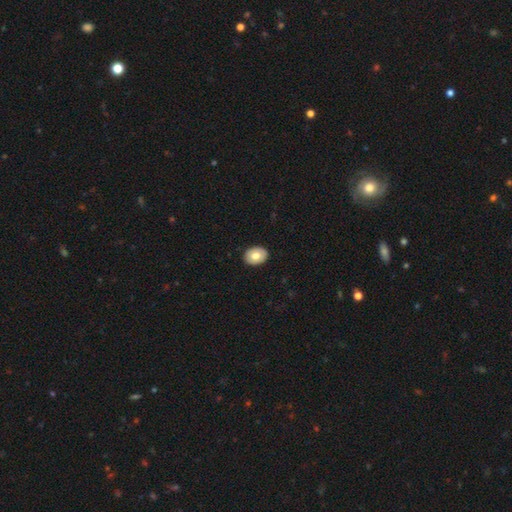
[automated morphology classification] Smooth or featured? smooth (75%)
How rounded? in between (67%)
Merging? none (90%)